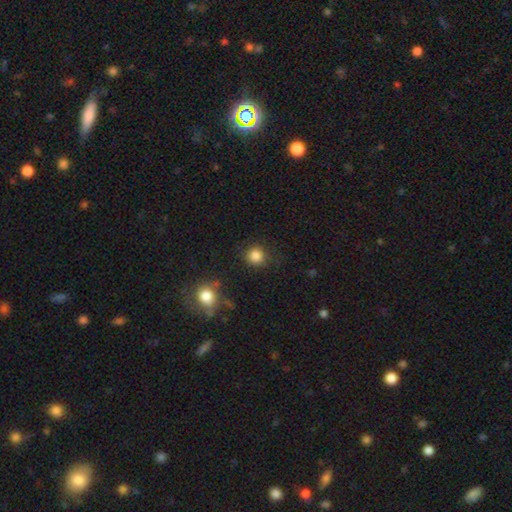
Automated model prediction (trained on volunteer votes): smooth 85%, star or artifact 11%, featured or disk 4%. Down the decision tree: how rounded — round (90%); merging — none (83%).